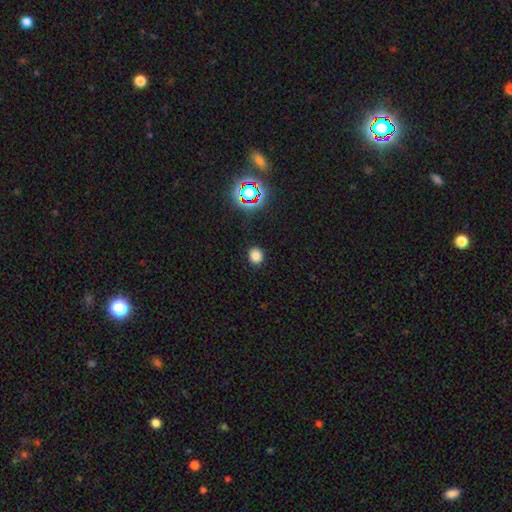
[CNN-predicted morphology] Smooth or featured? Predicted: smooth (p=0.79). How rounded? Predicted: round (p=0.68). Merging? Predicted: none (p=0.89).